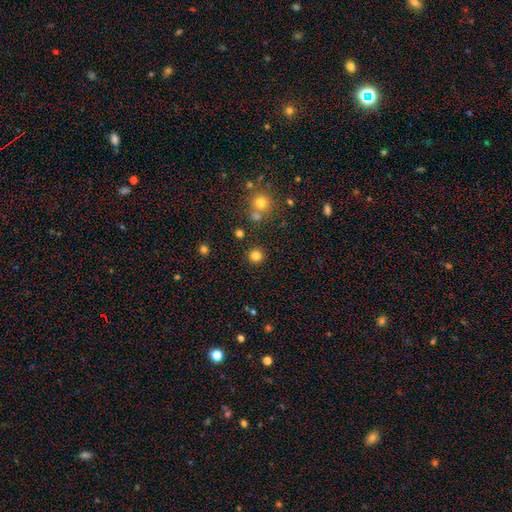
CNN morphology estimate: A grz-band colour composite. It shows a smooth galaxy with no disk features (82%) that is round (93%). Merging: none (88%).